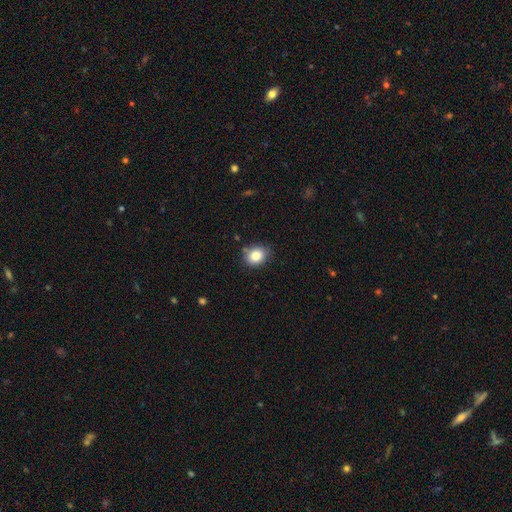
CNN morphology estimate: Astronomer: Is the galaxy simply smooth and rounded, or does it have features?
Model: smooth — 85%.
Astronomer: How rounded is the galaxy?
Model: round — 52% (runner-up: in between, 47%).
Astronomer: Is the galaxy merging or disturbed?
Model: none — 78%.